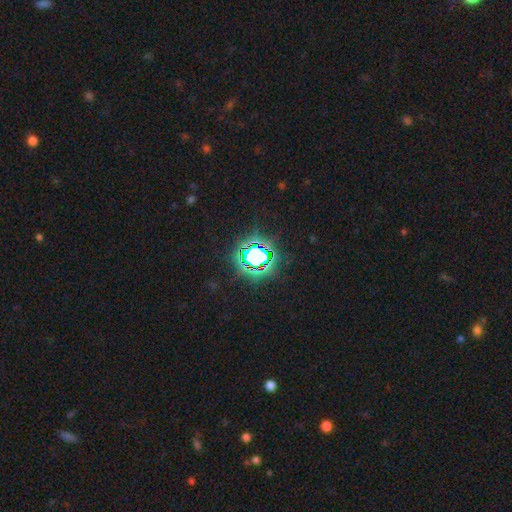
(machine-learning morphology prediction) smooth_or_featured: star or artifact (p=0.73) [alt: smooth p=0.16]